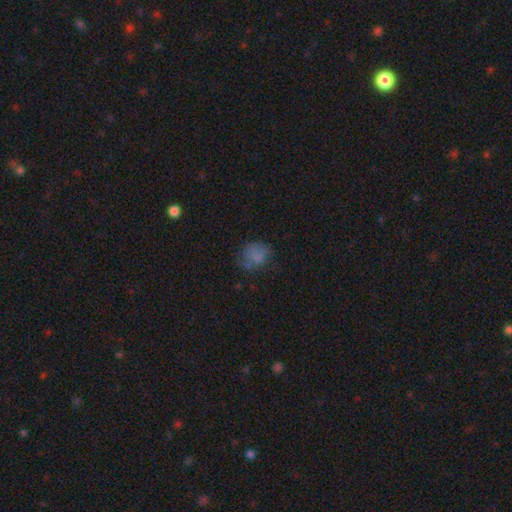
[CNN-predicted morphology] Overall: smooth (66%). How rounded: round (67%; in between 32%). Merging: none (55%; minor disturbance 25%).